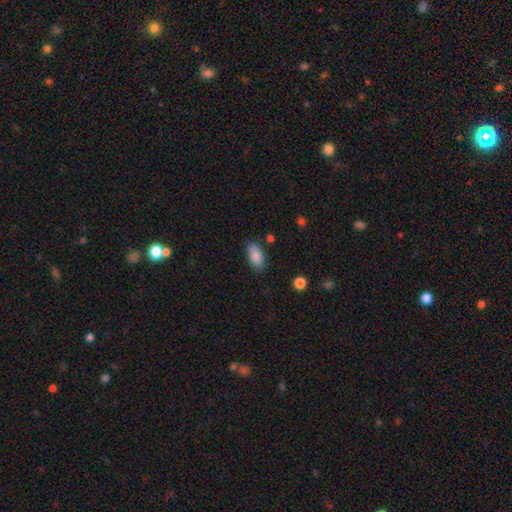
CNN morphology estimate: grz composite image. It shows a smooth galaxy with no disk features (86%) that is in between round and cigar-shaped (91%). Merging: none (82%).